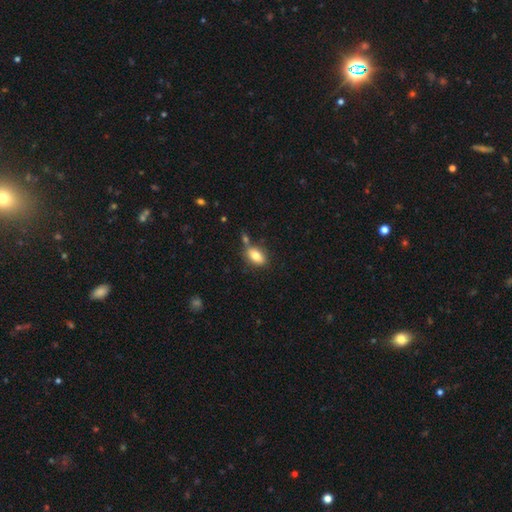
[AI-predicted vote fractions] Overall: smooth (79%). How rounded: in between (88%). Merging: none (63%).